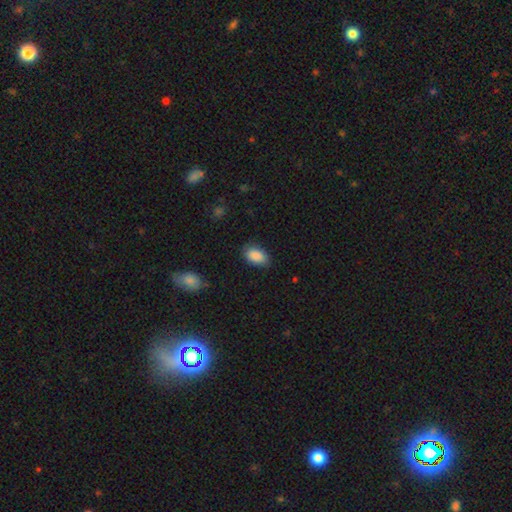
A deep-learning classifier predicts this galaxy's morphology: This is clearly a smooth galaxy (89%). How rounded: clearly in between (92%). Merging: clearly none (80%).